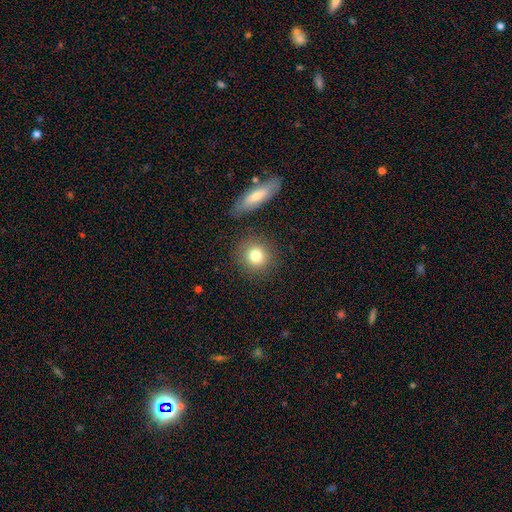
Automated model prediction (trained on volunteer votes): A smooth galaxy with no disk features (80%) that is round (90%).

Vote fractions:
- Smooth or featured? smooth: 80% / featured or disk: 10% / star or artifact: 10%
- How rounded? round: 90% / in between: 8% / cigar-shaped: 1%
- Merging? none: 84% / minor disturbance: 8% / merger: 5% / major disturbance: 3%